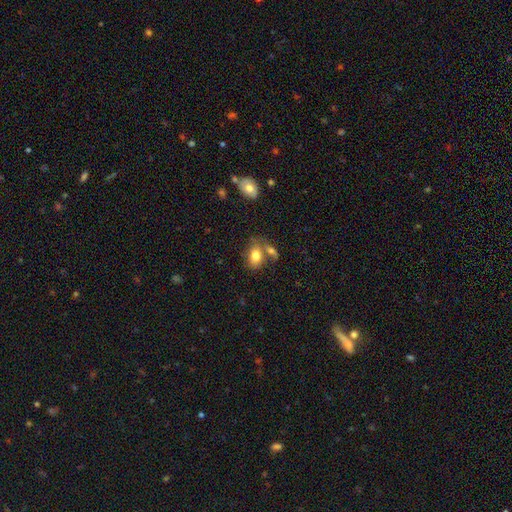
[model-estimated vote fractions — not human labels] This appears to be a smooth galaxy with no disk features (79%) that is in between round and cigar-shaped (81%). Merging: none (48%).